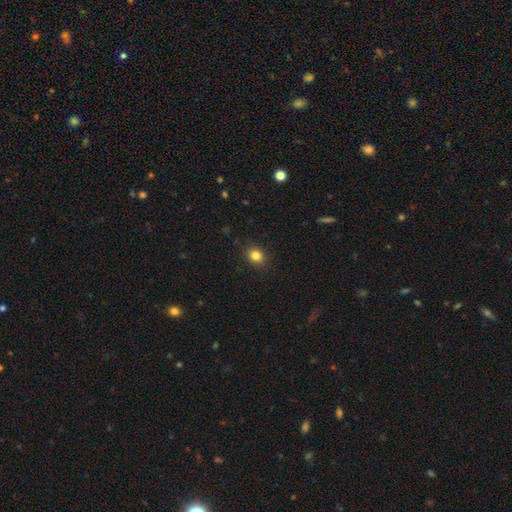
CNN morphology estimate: smooth_or_featured: smooth (p=0.83) [alt: star or artifact p=0.11]
how_rounded: round (p=0.58) [alt: in between p=0.41]
merging: none (p=0.89) [alt: minor disturbance p=0.08]